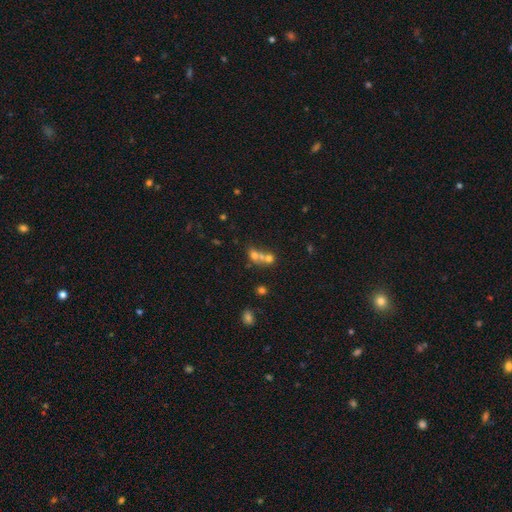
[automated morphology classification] The model was most divided on "merging": merger: 63%, none: 27%, minor disturbance: 6%, major disturbance: 4%. More confident: how rounded — round (68%); smooth or featured — smooth (59%).